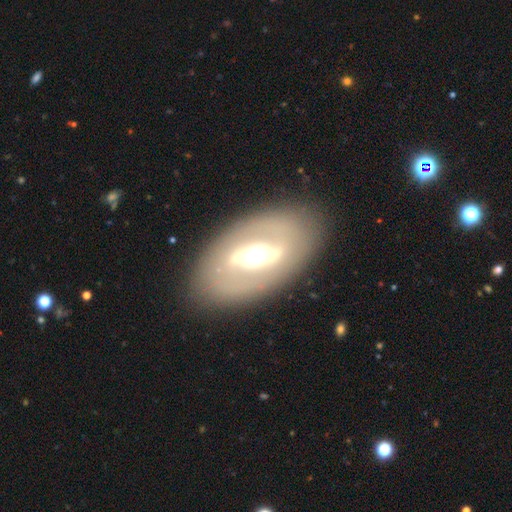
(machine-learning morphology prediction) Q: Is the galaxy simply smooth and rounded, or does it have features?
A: featured or disk — 72%.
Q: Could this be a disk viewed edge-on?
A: no — 89%.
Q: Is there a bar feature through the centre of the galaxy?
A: strong — 53%.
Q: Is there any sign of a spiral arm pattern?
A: no — 64%.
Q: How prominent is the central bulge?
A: moderate — 61%.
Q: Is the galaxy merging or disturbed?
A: none — 82%.